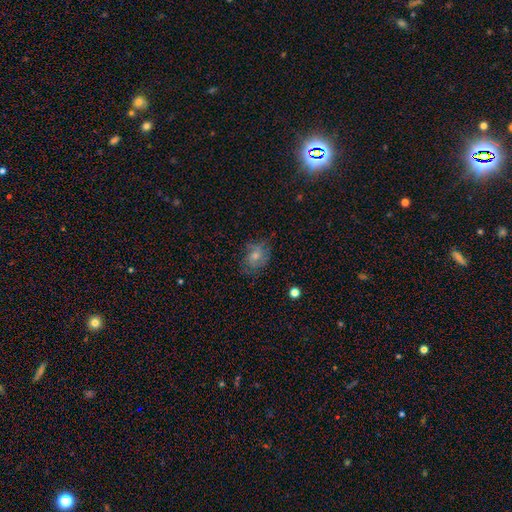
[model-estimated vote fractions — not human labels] smooth_or_featured: smooth (p=0.46) [alt: featured or disk p=0.43]
merging: none (p=0.62) [alt: minor disturbance p=0.24]